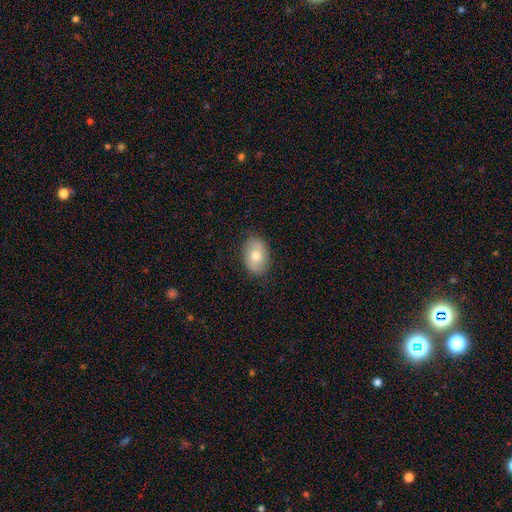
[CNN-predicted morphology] Overall: smooth (75%). How rounded: in between (84%). Merging: none (85%).